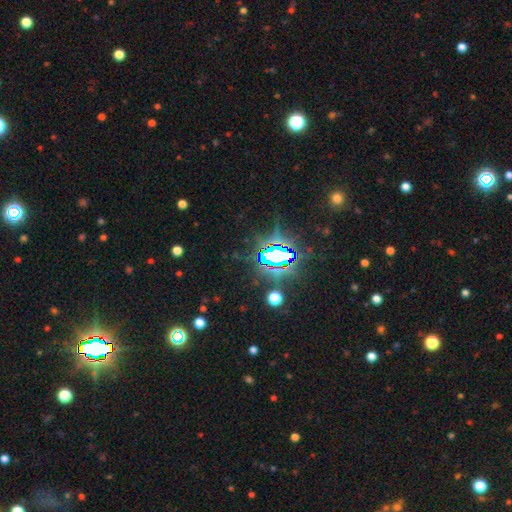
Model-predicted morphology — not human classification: star or artifact 82%, smooth 10%, featured or disk 8%.